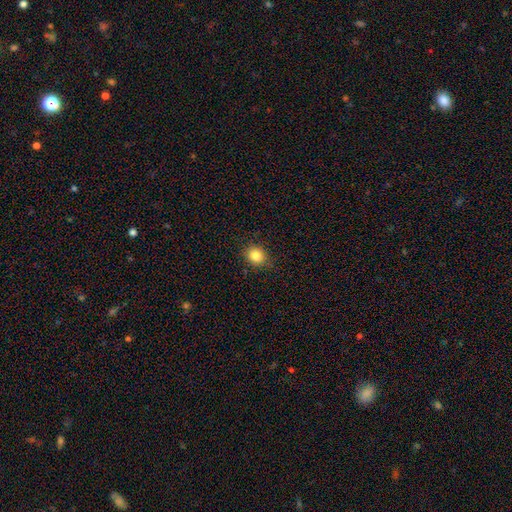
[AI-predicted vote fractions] smooth-or-featured: smooth: 84% | star or artifact: 11% | featured or disk: 5%
  how-rounded: round: 69% | in between: 30% | cigar-shaped: 1%
  merging: none: 84% | minor disturbance: 12% | major disturbance: 3% | merger: 1%